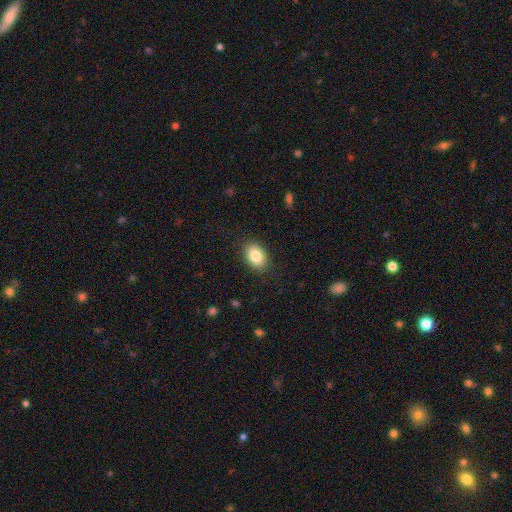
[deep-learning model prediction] Smooth or featured?
  - smooth: 85% *
  - featured or disk: 8%
  - star or artifact: 7%
How rounded?
  - in between: 83% *
  - round: 16%
  - cigar-shaped: 1%
Merging?
  - none: 87% *
  - minor disturbance: 10%
  - major disturbance: 3%
  - merger: 1%